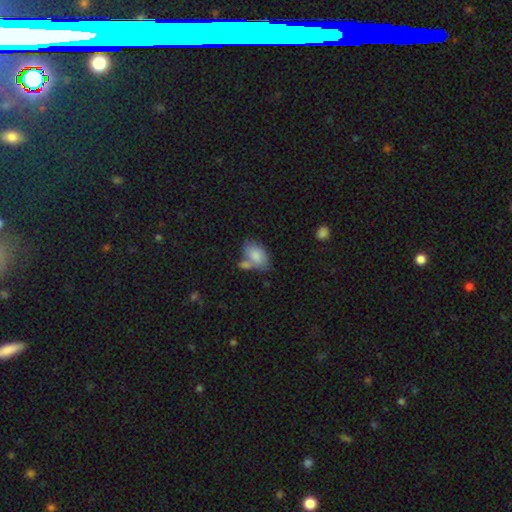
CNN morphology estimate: Smooth or featured? smooth (82%)
How rounded? in between (90%)
Merging? none (45%)